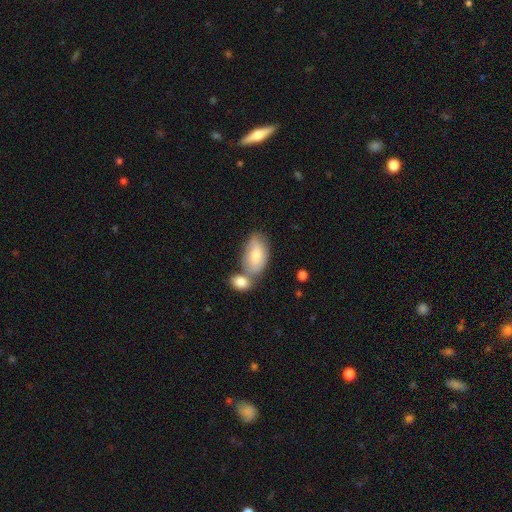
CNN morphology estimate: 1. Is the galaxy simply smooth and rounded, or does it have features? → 70% smooth, 23% featured or disk, 7% star or artifact.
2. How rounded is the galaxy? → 92% in between, 5% round, 3% cigar-shaped.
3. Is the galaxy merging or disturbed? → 41% none (tied), 41% merger (tied), 14% minor disturbance, 4% major disturbance.